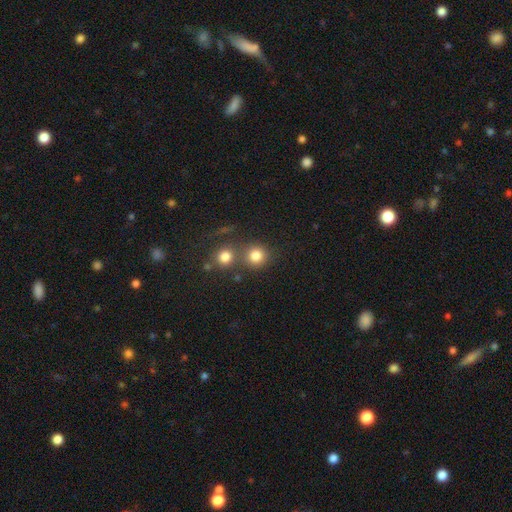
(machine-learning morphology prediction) smooth_or_featured: smooth (p=0.80) [alt: star or artifact p=0.13]
how_rounded: round (p=0.90) [alt: in between p=0.09]
merging: none (p=0.63) [alt: merger p=0.25]